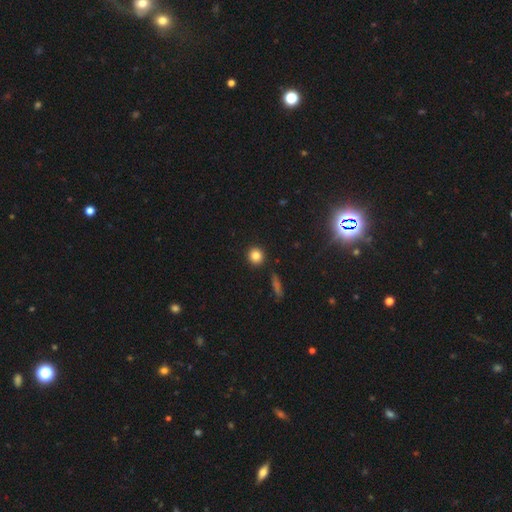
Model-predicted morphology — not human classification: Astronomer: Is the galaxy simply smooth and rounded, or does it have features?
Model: smooth — 83%.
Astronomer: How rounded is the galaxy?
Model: round — 90%.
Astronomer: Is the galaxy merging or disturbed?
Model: none — 90%.